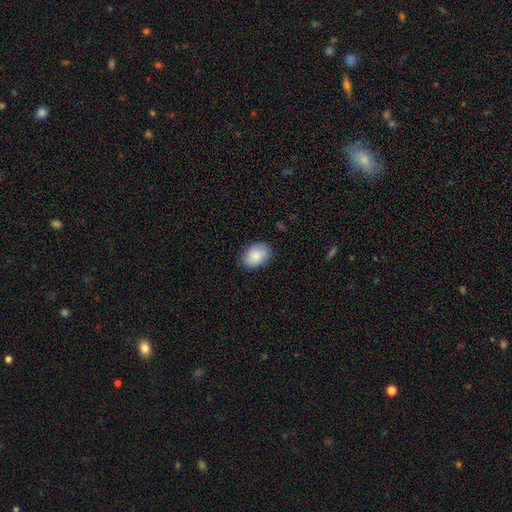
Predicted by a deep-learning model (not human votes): Smooth or featured: smooth — 85% (featured or disk — 8%)
How rounded: in between — 79% (round — 20%)
Merging: none — 83% (minor disturbance — 13%)